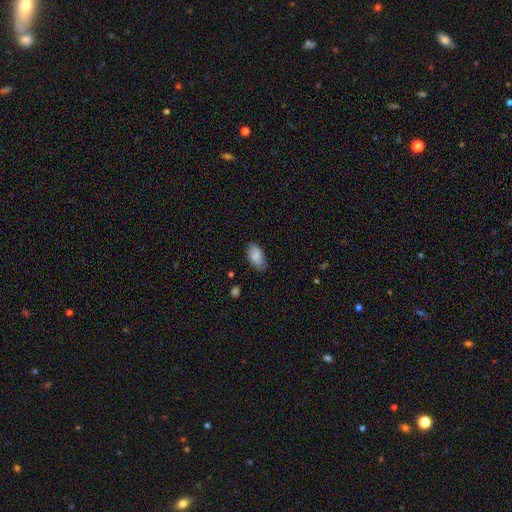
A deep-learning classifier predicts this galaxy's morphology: A smooth galaxy with no disk features (82%) that is in between round and cigar-shaped (94%).

Vote fractions:
- Smooth or featured? smooth: 82% / featured or disk: 11% / star or artifact: 7%
- How rounded? in between: 94% / round: 4% / cigar-shaped: 2%
- Merging? none: 78% / minor disturbance: 18% / major disturbance: 3% / merger: 1%